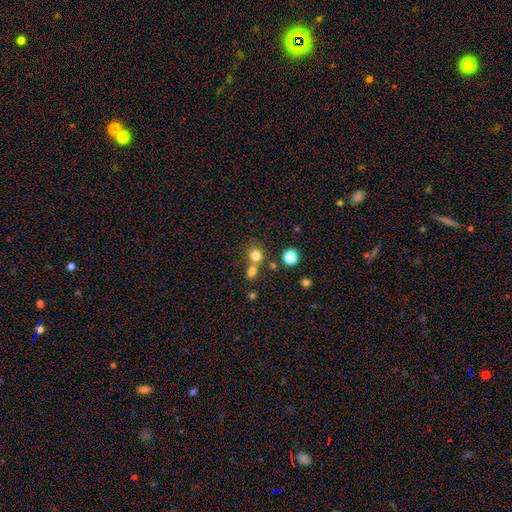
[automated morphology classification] This is likely a smooth galaxy (78%). How rounded: clearly round (83%). Merging: possibly none (54%).